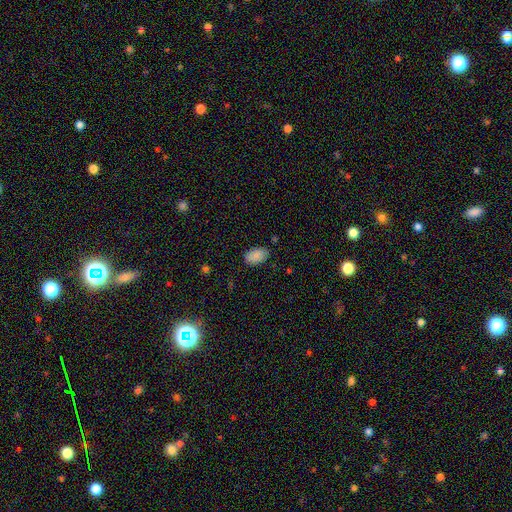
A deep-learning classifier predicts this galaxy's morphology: The model was most divided on "merging": none: 84%, minor disturbance: 12%, major disturbance: 3%, merger: 1%. More confident: how rounded — in between (93%); smooth or featured — smooth (88%).